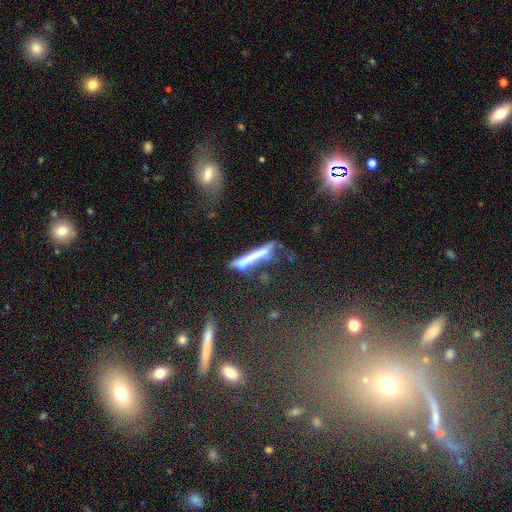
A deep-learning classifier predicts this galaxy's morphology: Smooth or featured? Predicted: smooth (p=0.50). How rounded? Predicted: cigar-shaped (p=0.93). Merging? Predicted: none (p=0.40).